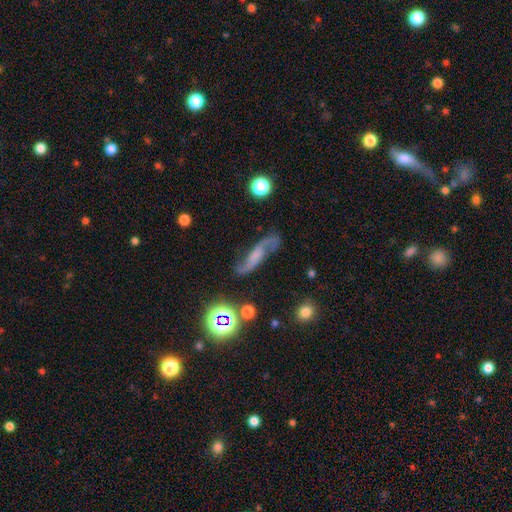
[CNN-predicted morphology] Q: Smooth or featured?
A: featured or disk (74%); runner-up: smooth (14%)
Q: Edge-on disk?
A: no (87%); runner-up: yes (13%)
Q: Bar?
A: no (42%); runner-up: weak (38%)
Q: Spiral arms?
A: yes (94%); runner-up: no (6%)
Q: Spiral winding?
A: loose (67%); runner-up: medium (27%)
Q: Spiral arm count?
A: 2 (90%); runner-up: 1 (4%)
Q: Bulge size?
A: none (42%); runner-up: small (26%)
Q: Merging?
A: none (69%); runner-up: minor disturbance (18%)